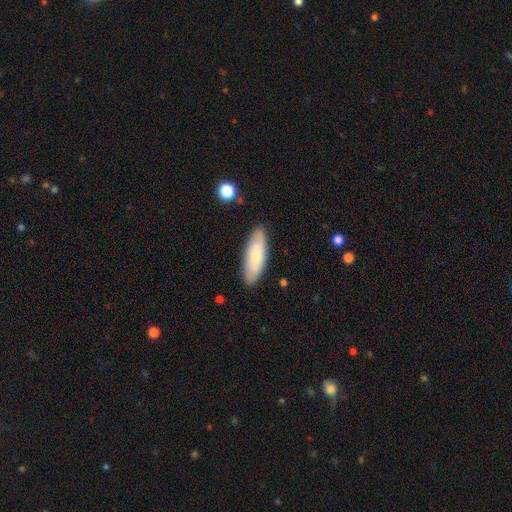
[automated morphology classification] This is likely a smooth galaxy (72%). How rounded: likely in between (61%). Merging: clearly none (86%).